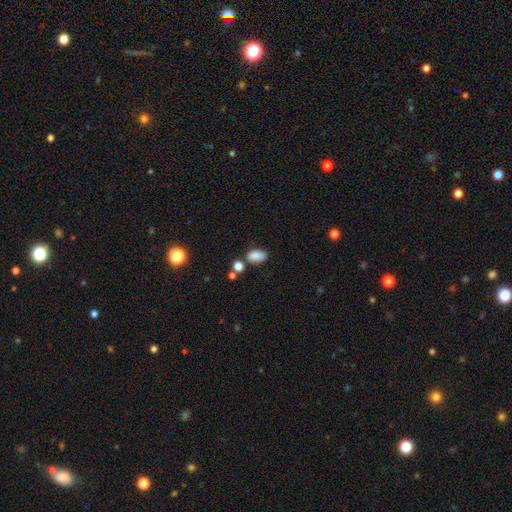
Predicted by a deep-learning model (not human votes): Q: Smooth or featured?
A: smooth (85%); runner-up: star or artifact (10%)
Q: How rounded?
A: in between (90%); runner-up: round (8%)
Q: Merging?
A: none (68%); runner-up: minor disturbance (17%)